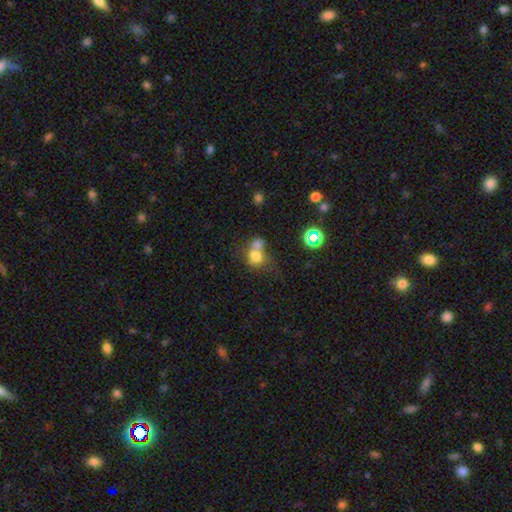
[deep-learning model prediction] The model was most divided on "merging": merger: 54%, none: 27%, minor disturbance: 11%, major disturbance: 9%. More confident: smooth or featured — smooth (69%); how rounded — round (64%).